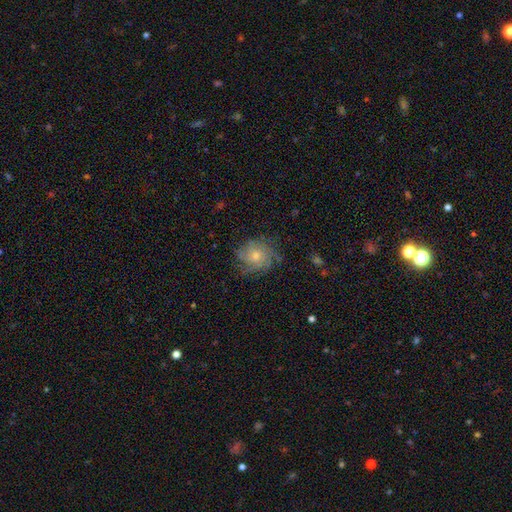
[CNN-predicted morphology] type=featured or disk (61%); edge-on=no (97%); bar=no (83%); spiral arms=yes (90%); winding=tight (56%); arm count=can't tell (40%); bulge=moderate (51%); merging=none (76%).